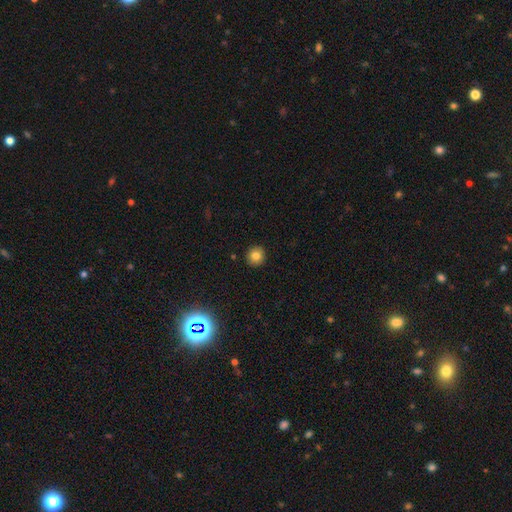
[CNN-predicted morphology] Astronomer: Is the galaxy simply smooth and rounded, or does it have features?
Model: smooth — 80%.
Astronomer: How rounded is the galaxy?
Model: round — 93%.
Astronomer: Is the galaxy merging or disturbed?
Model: none — 92%.